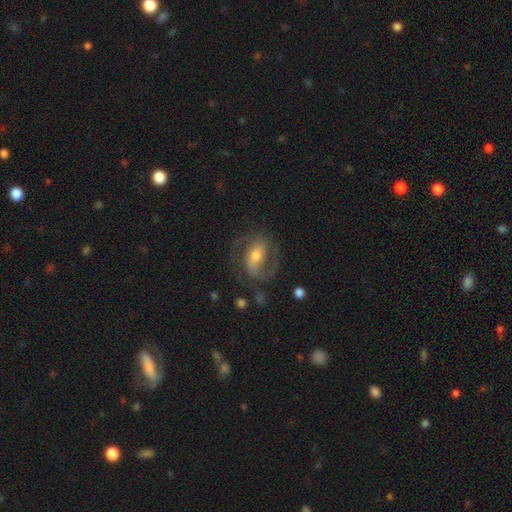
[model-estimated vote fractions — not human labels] Morphology: type=featured or disk (76%); edge-on=no (96%); bar=weak (39%); spiral arms=yes (90%); winding=medium (54%); arm count=2 (83%); bulge=moderate (63%); merging=none (66%).